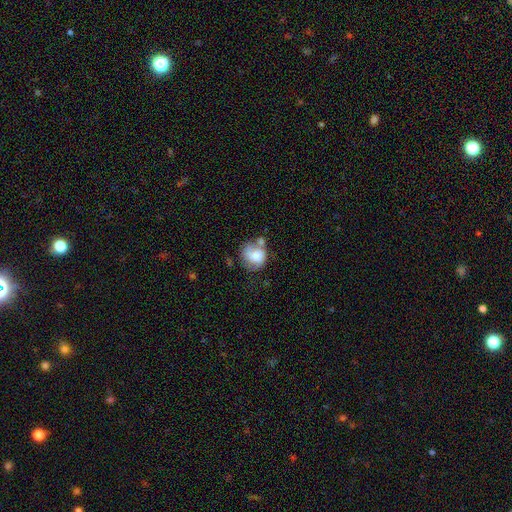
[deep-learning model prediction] smooth 62%, featured or disk 30%, star or artifact 8%. Down the decision tree: how rounded — round (67%); merging — none (33%).